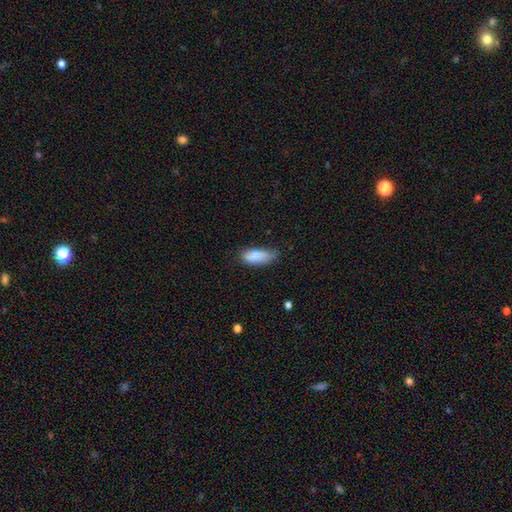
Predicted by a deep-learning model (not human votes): smooth_or_featured: smooth (p=0.84) [alt: featured or disk p=0.09]
how_rounded: in between (p=0.81) [alt: cigar-shaped p=0.17]
merging: none (p=0.55) [alt: minor disturbance p=0.35]